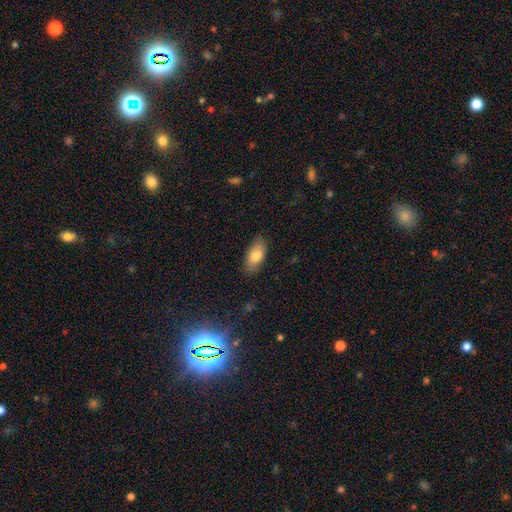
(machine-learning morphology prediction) smooth 80%, featured or disk 13%, star or artifact 7%. Down the decision tree: how rounded — in between (92%); merging — none (85%).